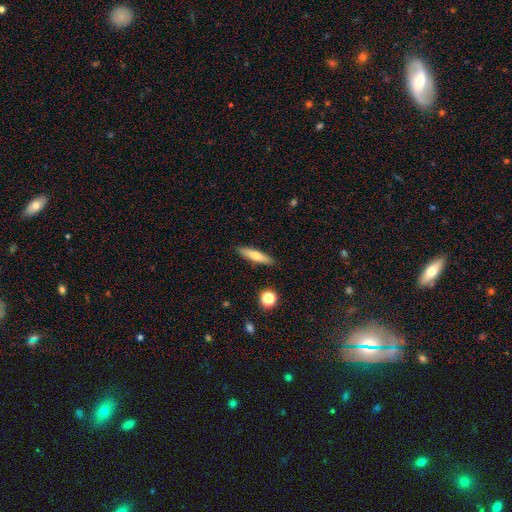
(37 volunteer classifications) Smooth or featured? 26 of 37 (70%) said smooth. How rounded? 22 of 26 (85%) said cigar-shaped. Merging? 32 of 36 (89%) said none.